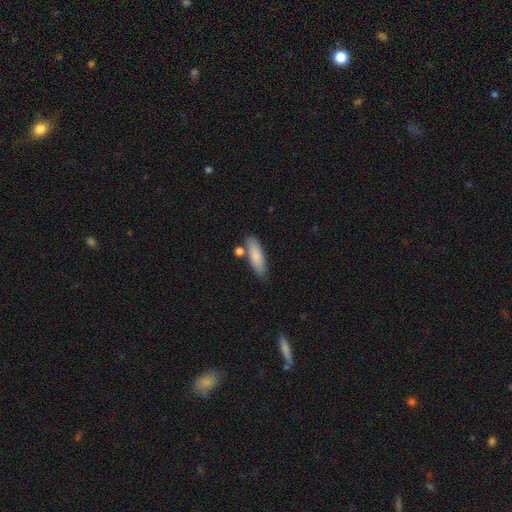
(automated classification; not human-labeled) Smooth or featured? Predicted: smooth (p=0.83). How rounded? Predicted: in between (p=0.51). Merging? Predicted: none (p=0.72).